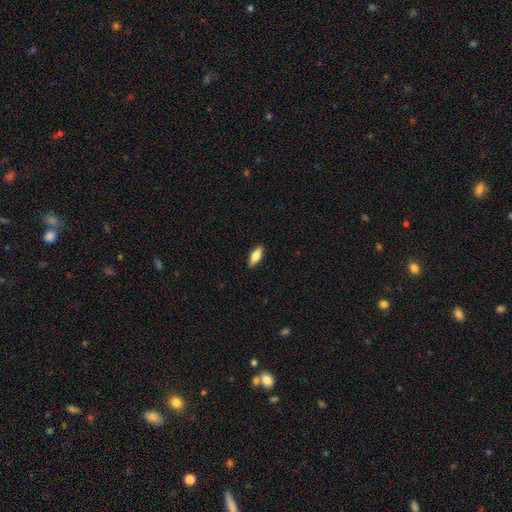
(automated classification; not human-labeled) Q: Smooth or featured?
A: smooth (75%); runner-up: featured or disk (19%)
Q: How rounded?
A: in between (68%); runner-up: cigar-shaped (29%)
Q: Merging?
A: none (89%); runner-up: minor disturbance (8%)